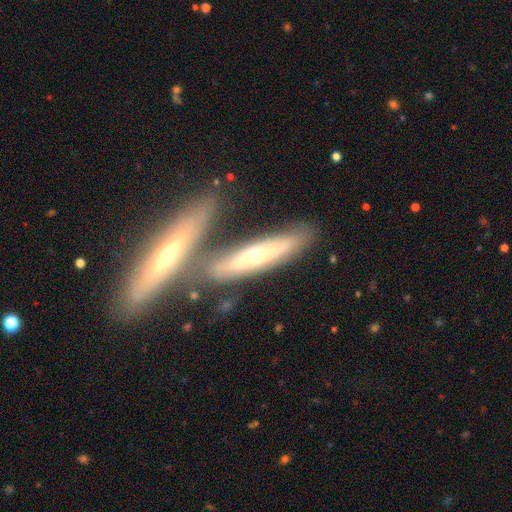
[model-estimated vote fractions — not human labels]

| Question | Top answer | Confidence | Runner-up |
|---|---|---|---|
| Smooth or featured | featured or disk | 55% | smooth (38%) |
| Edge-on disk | yes | 69% | no (31%) |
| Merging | none | 59% | merger (25%) |